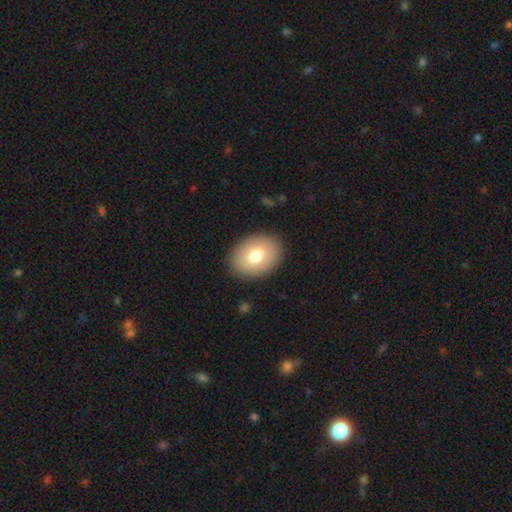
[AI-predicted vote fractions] Overall: smooth (76%). How rounded: in between (73%). Merging: none (89%).